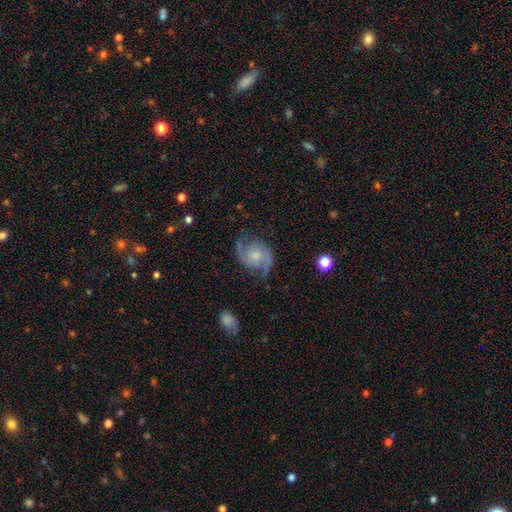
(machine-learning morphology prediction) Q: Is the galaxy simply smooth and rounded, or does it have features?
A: featured or disk — 85%.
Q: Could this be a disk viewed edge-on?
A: no — 98%.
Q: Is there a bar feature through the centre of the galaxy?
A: no — 63%.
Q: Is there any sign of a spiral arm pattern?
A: yes — 97%.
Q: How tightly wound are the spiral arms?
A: medium — 53%.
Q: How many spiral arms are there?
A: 2 — 92%.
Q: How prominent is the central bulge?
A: moderate — 40%.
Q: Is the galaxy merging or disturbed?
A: none — 74%.